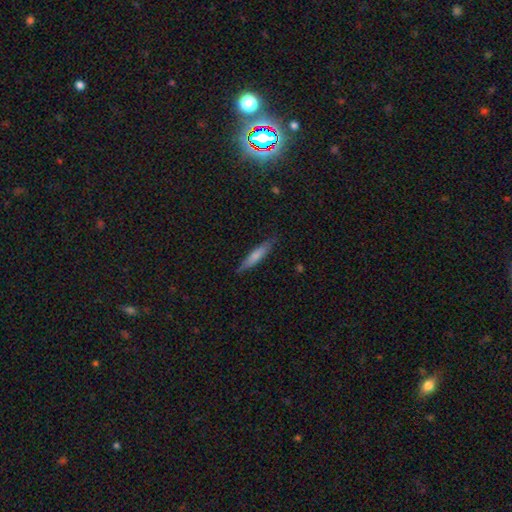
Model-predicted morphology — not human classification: Overall: smooth (71%). How rounded: cigar-shaped (86%). Merging: none (83%).